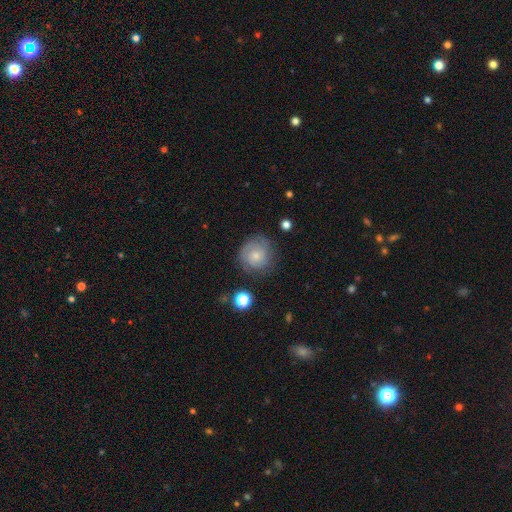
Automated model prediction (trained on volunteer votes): This is possibly a featured or disk galaxy (54%). It is clearly not viewed edge-on (98%). Bar: likely no (77%). Spiral arm pattern: clearly yes (86%). Central bulge: possibly small (58%). Merging: likely none (75%).